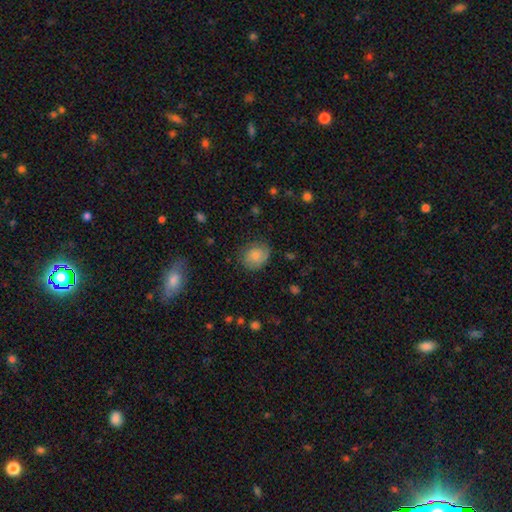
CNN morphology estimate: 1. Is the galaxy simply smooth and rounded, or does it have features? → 73% smooth, 18% featured or disk, 9% star or artifact.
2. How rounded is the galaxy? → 59% round, 40% in between, 1% cigar-shaped.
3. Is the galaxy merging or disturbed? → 71% none, 21% minor disturbance, 7% major disturbance, 1% merger.